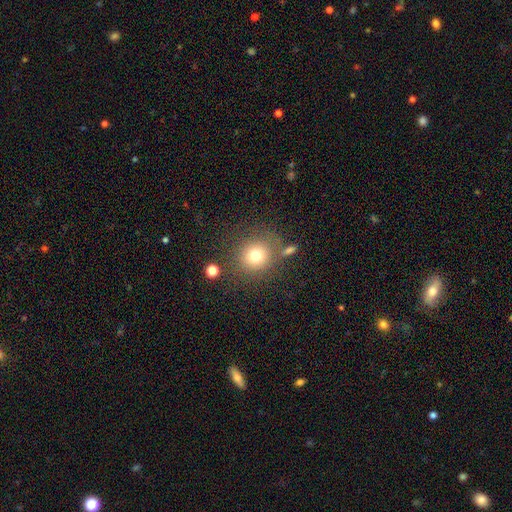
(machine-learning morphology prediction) Smooth or featured? smooth (76%)
How rounded? round (88%)
Merging? none (76%)